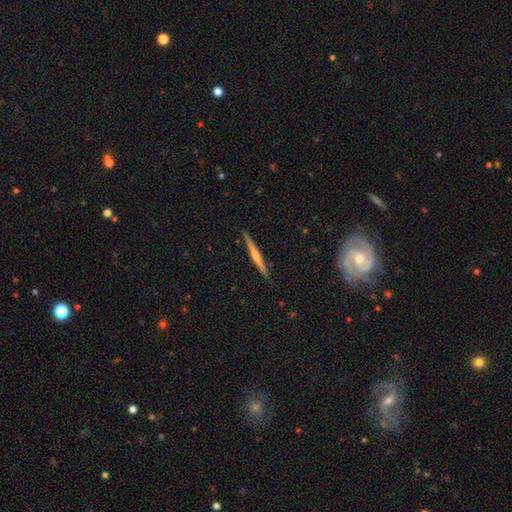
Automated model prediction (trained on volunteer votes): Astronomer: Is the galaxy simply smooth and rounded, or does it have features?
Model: featured or disk — 57% (runner-up: smooth, 37%).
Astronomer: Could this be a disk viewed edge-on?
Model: yes — 98%.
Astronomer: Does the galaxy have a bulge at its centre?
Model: rounded — 46% (runner-up: none, 42%).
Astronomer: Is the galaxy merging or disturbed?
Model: none — 91%.